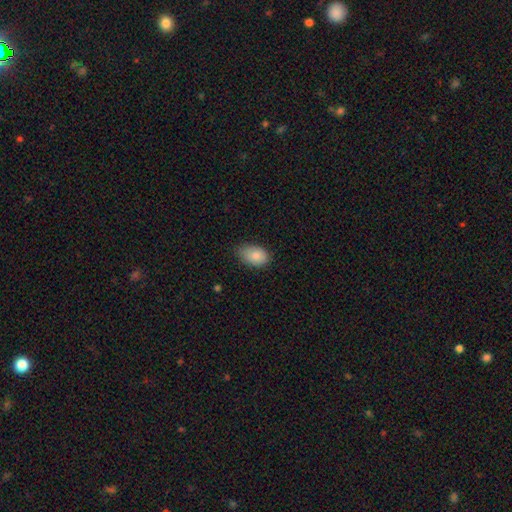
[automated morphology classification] Overall: smooth (86%). How rounded: in between (89%). Merging: none (67%).